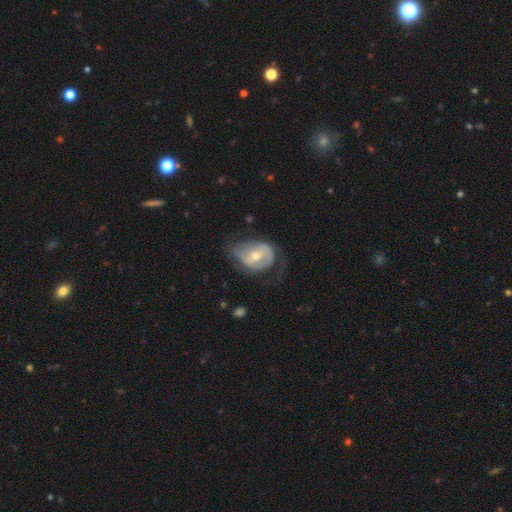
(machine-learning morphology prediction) This is likely a featured or disk galaxy (71%). It is clearly not viewed edge-on (95%). Bar: marginally weak (41%). Spiral arm pattern: likely yes (73%). Central bulge: possibly moderate (56%). Merging: possibly none (46%).